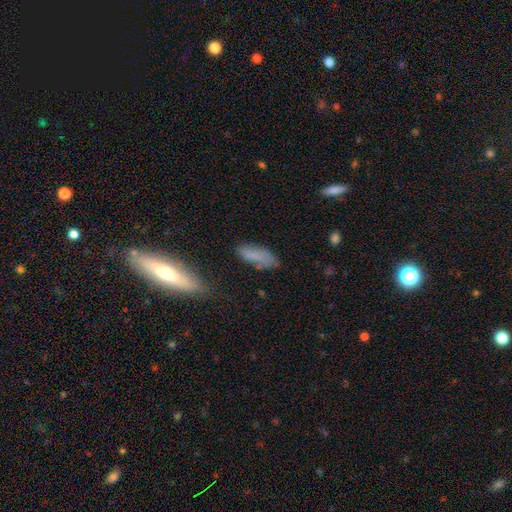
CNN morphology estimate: Smooth or featured? Predicted: smooth (p=0.75). How rounded? Predicted: in between (p=0.71). Merging? Predicted: none (p=0.65).